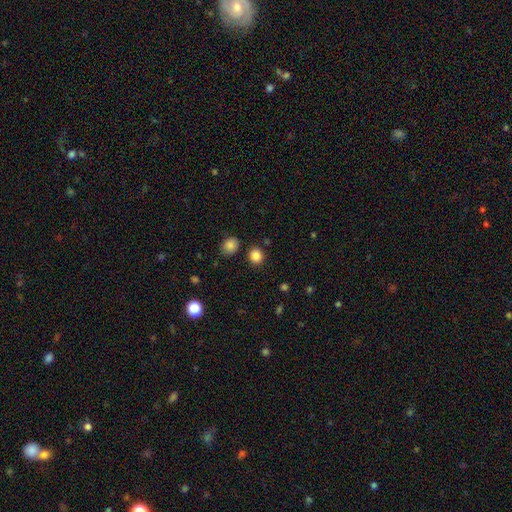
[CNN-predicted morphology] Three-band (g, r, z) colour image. It shows a smooth galaxy with no disk features (85%) that is round (80%). Merging: none (86%).